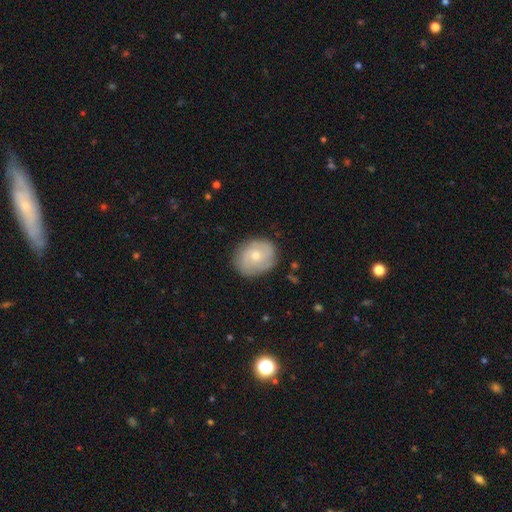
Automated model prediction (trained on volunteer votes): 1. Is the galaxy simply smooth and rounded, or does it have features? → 48% featured or disk, 46% smooth, 6% star or artifact.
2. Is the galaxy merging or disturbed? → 78% none, 16% minor disturbance, 4% major disturbance, 1% merger.